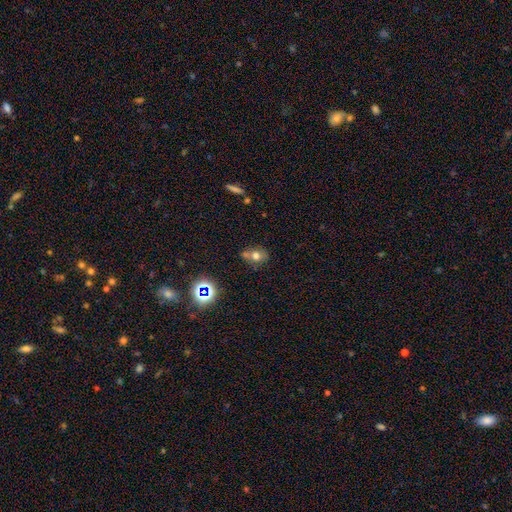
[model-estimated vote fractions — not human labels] This appears to be a smooth galaxy with no disk features (62%) that is round (53%). Merging: none (49%).